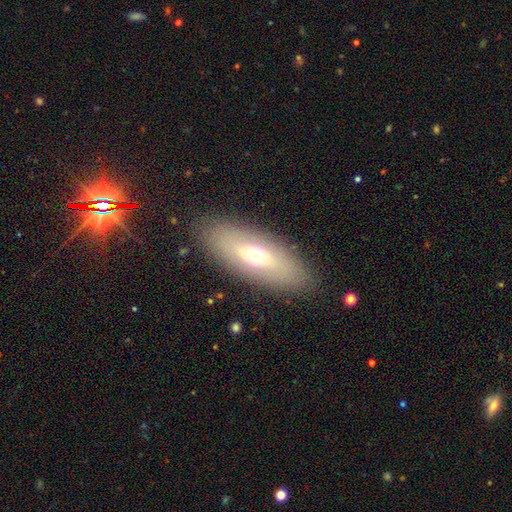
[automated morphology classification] This is possibly a smooth galaxy (55%). How rounded: likely in between (73%). Merging: clearly none (87%).